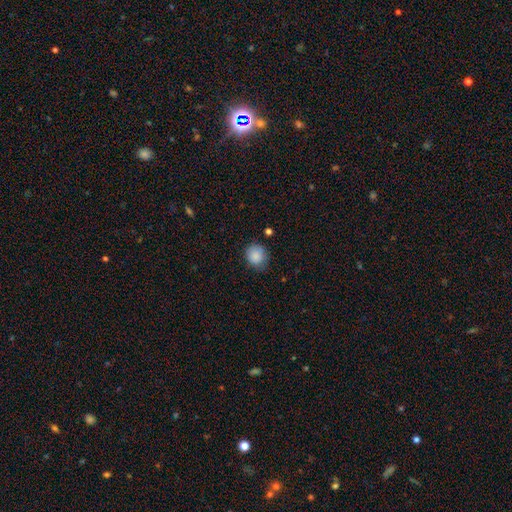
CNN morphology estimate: smooth_or_featured: smooth (p=0.86) [alt: star or artifact p=0.09]
how_rounded: round (p=0.81) [alt: in between p=0.18]
merging: none (p=0.72) [alt: minor disturbance p=0.21]